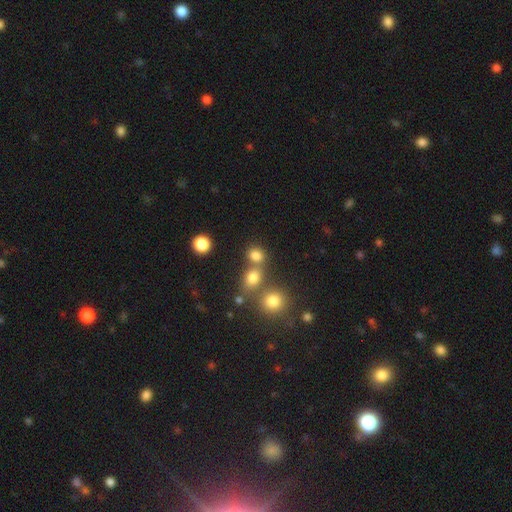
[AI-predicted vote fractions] Smooth or featured? smooth (78%)
How rounded? round (68%)
Merging? none (57%)